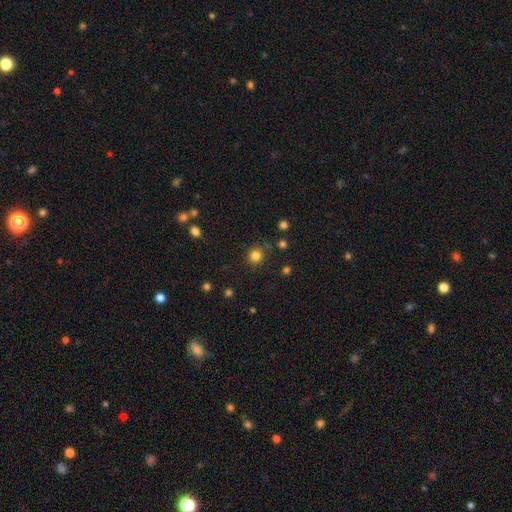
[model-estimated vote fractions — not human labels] smooth 81%, star or artifact 14%, featured or disk 5%. Down the decision tree: how rounded — round (92%); merging — none (85%).